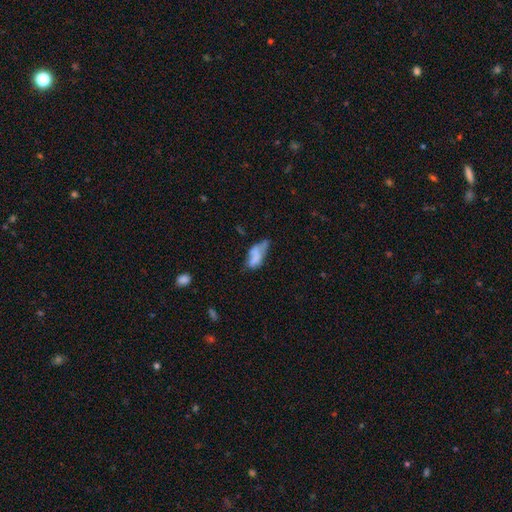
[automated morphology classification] This appears to be a smooth galaxy with no disk features (60%) that is in between round and cigar-shaped (87%). Merging: minor disturbance (32%).